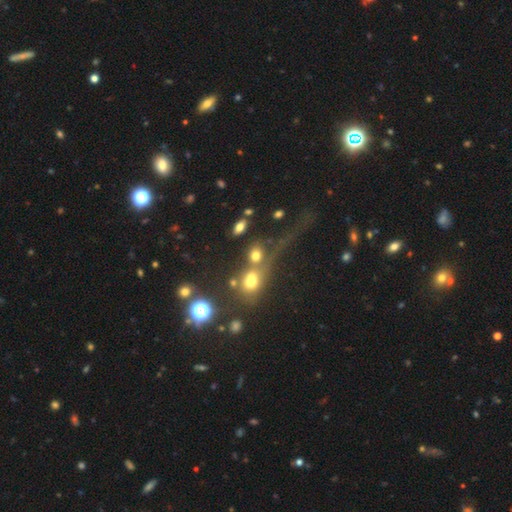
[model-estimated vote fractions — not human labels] A smooth galaxy with no disk features (65%) that is round (51%).

Vote fractions:
- Smooth or featured? smooth: 65% / star or artifact: 18% / featured or disk: 17%
- How rounded? round: 51% / in between: 45% / cigar-shaped: 4%
- Merging? merger: 46% / none: 32% / major disturbance: 13% / minor disturbance: 9%